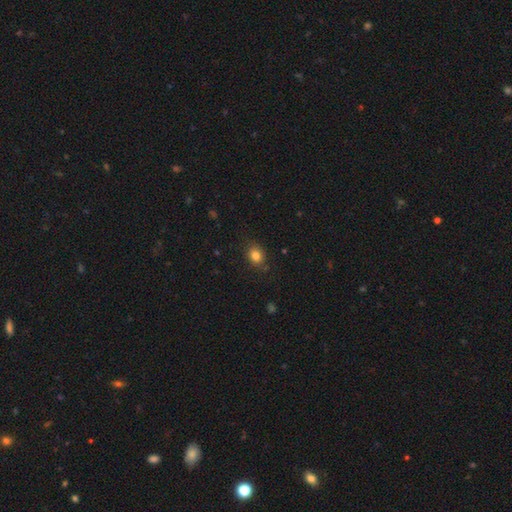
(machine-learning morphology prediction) smooth 83%, star or artifact 11%, featured or disk 6%. Down the decision tree: how rounded — round (51%); merging — none (82%).